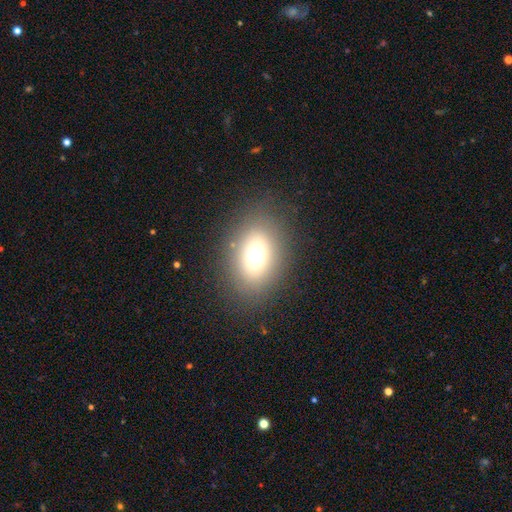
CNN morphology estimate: Q: Smooth or featured?
A: smooth (71%); runner-up: featured or disk (16%)
Q: How rounded?
A: in between (73%); runner-up: round (25%)
Q: Merging?
A: none (84%); runner-up: minor disturbance (10%)